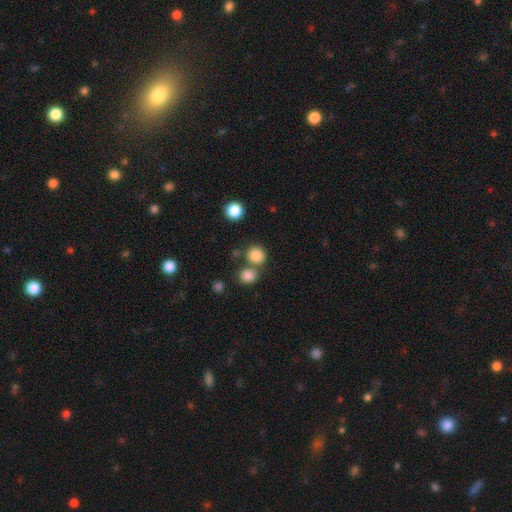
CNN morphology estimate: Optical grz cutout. It shows a smooth galaxy with no disk features (84%) that is round (83%). Merging: none (62%).